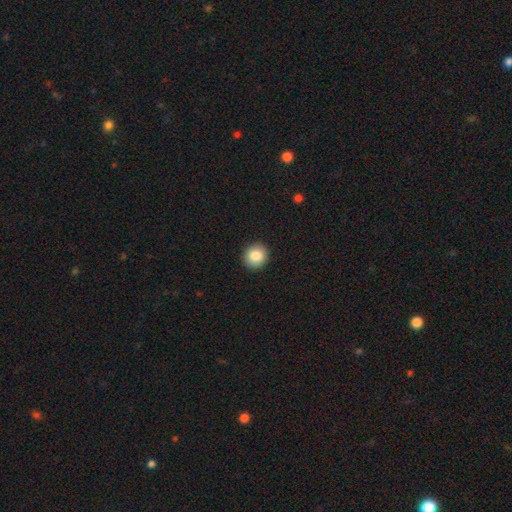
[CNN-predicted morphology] Smooth or featured?
  - smooth: 86% *
  - star or artifact: 8%
  - featured or disk: 6%
How rounded?
  - round: 87% *
  - in between: 12%
  - cigar-shaped: 1%
Merging?
  - none: 93% *
  - minor disturbance: 5%
  - major disturbance: 2%
  - merger: 1%